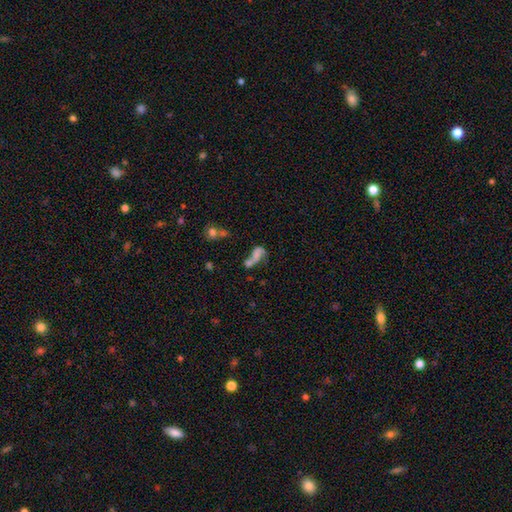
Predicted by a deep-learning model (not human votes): Smooth or featured?
  - smooth: 46% *
  - featured or disk: 40%
  - star or artifact: 15%
Merging?
  - merger: 43% *
  - none: 24%
  - major disturbance: 21%
  - minor disturbance: 13%